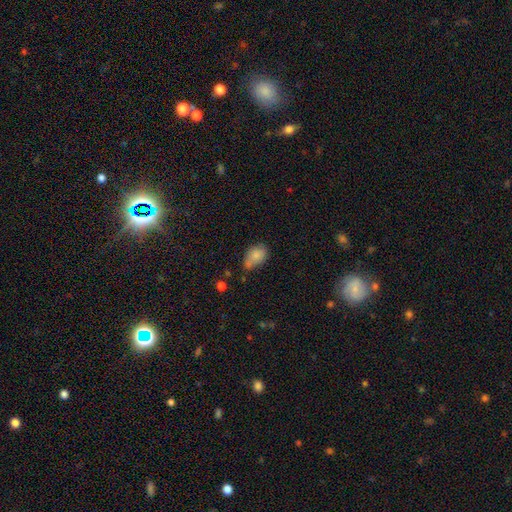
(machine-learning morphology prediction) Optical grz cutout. It shows a smooth galaxy with no disk features (80%) that is in between round and cigar-shaped (88%). Merging: none (49%).